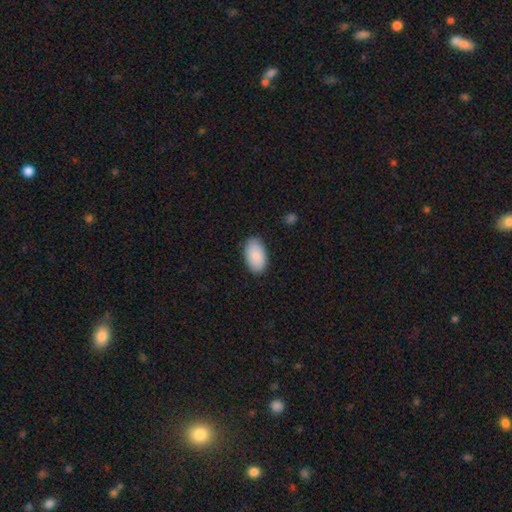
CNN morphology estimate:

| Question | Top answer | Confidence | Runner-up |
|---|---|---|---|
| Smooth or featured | smooth | 91% | star or artifact (5%) |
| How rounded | in between | 96% | round (3%) |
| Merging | none | 87% | minor disturbance (10%) |